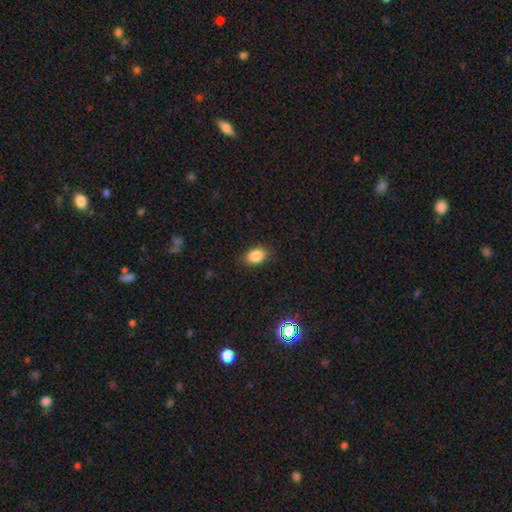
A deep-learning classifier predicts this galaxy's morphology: Overall: smooth (86%). How rounded: in between (81%). Merging: none (85%).